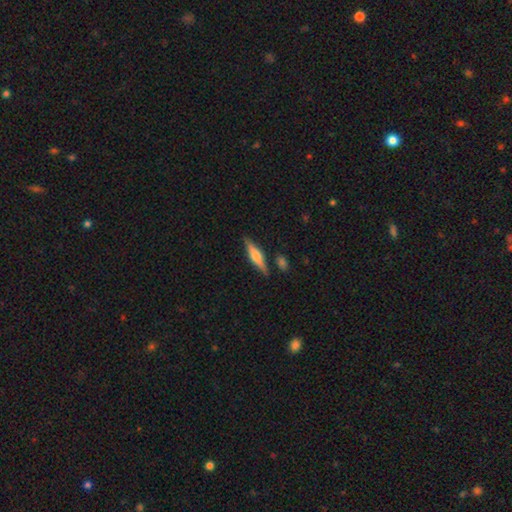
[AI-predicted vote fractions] Morphology: type=featured or disk (53%); edge-on=yes (96%); edge-on bulge=rounded (75%); merging=none (84%).